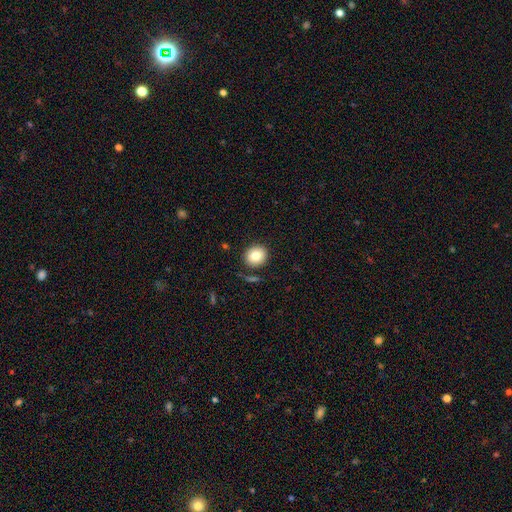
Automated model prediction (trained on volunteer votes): Smooth or featured? Predicted: smooth (p=0.82). How rounded? Predicted: round (p=0.82). Merging? Predicted: none (p=0.86).